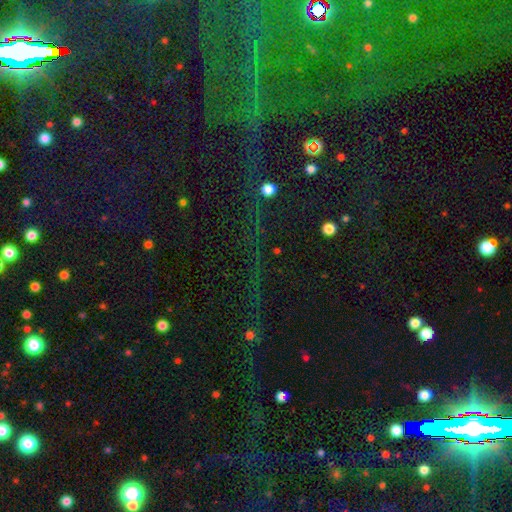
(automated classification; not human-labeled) This appears to be a star or artifact, not a galaxy (79%).